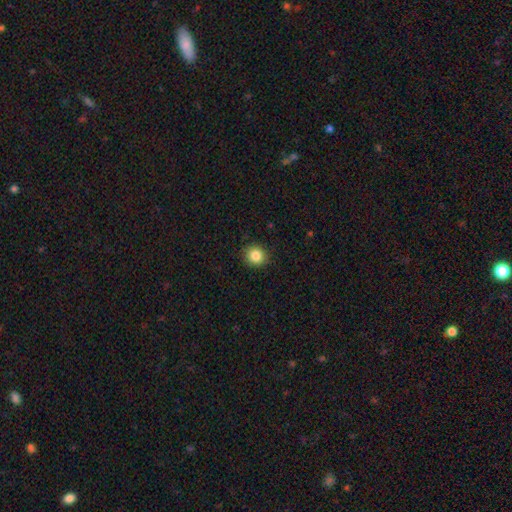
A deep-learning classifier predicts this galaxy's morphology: smooth 85%, star or artifact 10%, featured or disk 5%. Down the decision tree: how rounded — round (86%); merging — none (90%).